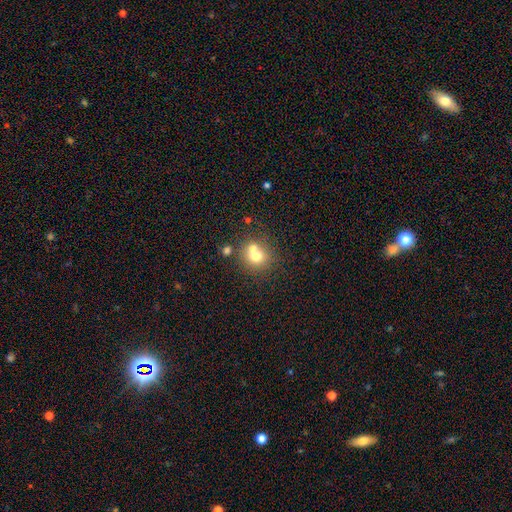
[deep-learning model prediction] smooth_or_featured: smooth (p=0.69) [alt: featured or disk p=0.18]
how_rounded: round (p=0.84) [alt: in between p=0.16]
merging: none (p=0.45) [alt: merger p=0.44]